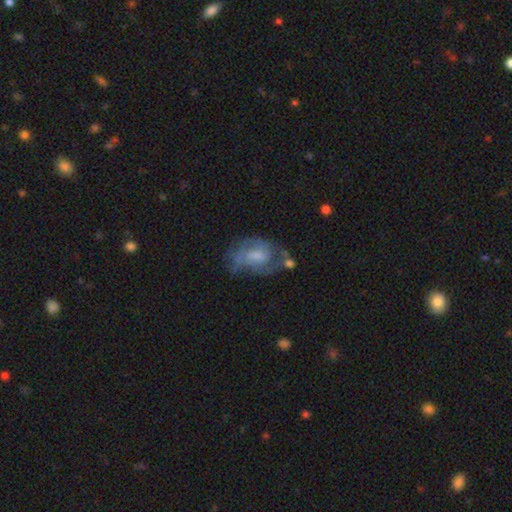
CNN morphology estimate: Q: Smooth or featured?
A: featured or disk (61%); runner-up: smooth (31%)
Q: Edge-on disk?
A: no (96%); runner-up: yes (4%)
Q: Bar?
A: no (51%); runner-up: weak (41%)
Q: Spiral arms?
A: yes (69%); runner-up: no (31%)
Q: Bulge size?
A: moderate (40%); runner-up: small (31%)
Q: Merging?
A: none (44%); runner-up: minor disturbance (27%)